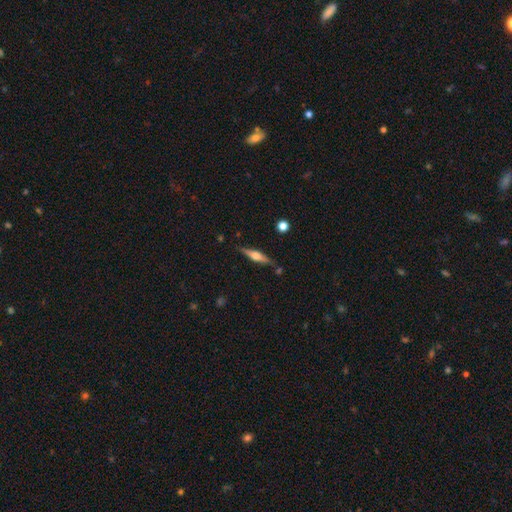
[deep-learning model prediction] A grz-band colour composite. It shows a featured or disk galaxy (65%) viewed edge-on (97%) with a rounded central bulge (84%). Merging: none (83%).